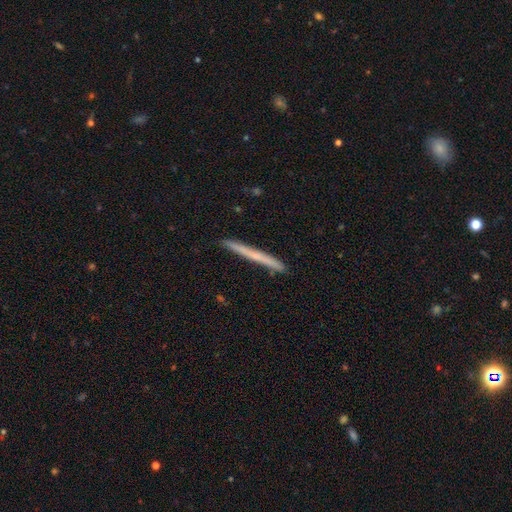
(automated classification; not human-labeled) Smooth or featured? Predicted: smooth (p=0.49). Merging? Predicted: none (p=0.91).